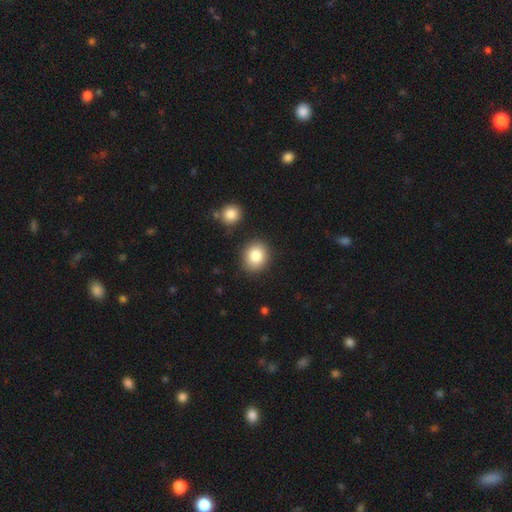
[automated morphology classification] A smooth galaxy with no disk features (84%) that is round (73%).

Vote fractions:
- Smooth or featured? smooth: 84% / star or artifact: 9% / featured or disk: 7%
- How rounded? round: 73% / in between: 26% / cigar-shaped: 1%
- Merging? none: 85% / minor disturbance: 8% / merger: 5% / major disturbance: 3%